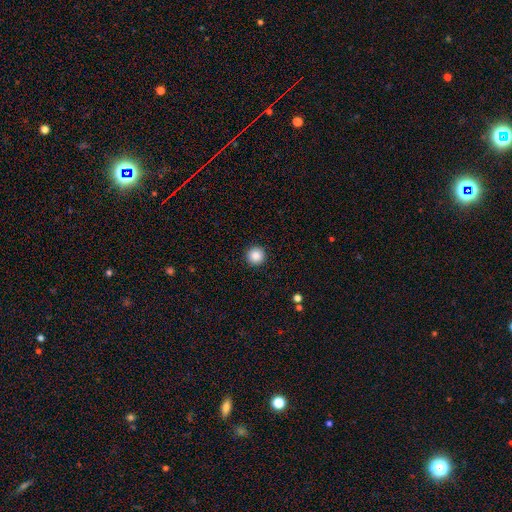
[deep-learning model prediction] A smooth galaxy with no disk features (87%) that is round (96%). Merging: none (93%).